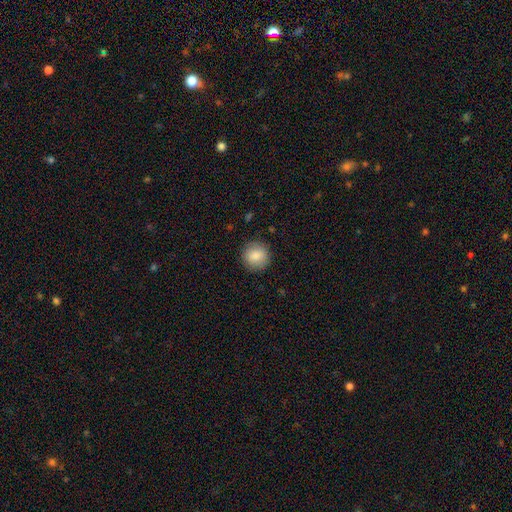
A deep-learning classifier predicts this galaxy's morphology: Overall: smooth (85%). How rounded: round (93%). Merging: none (89%).